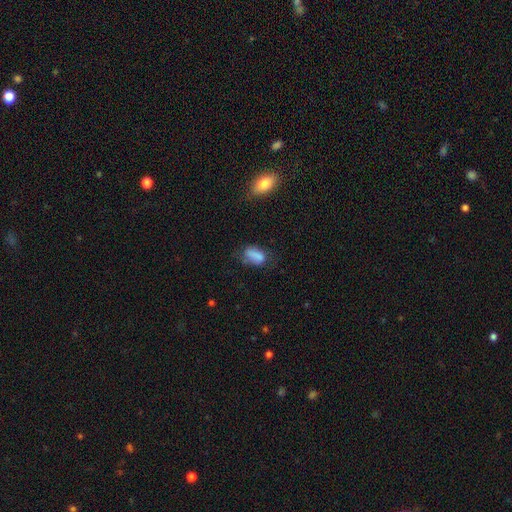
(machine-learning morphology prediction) This appears to be a smooth galaxy with no disk features (80%) that is in between round and cigar-shaped (88%). Merging: none (49%).